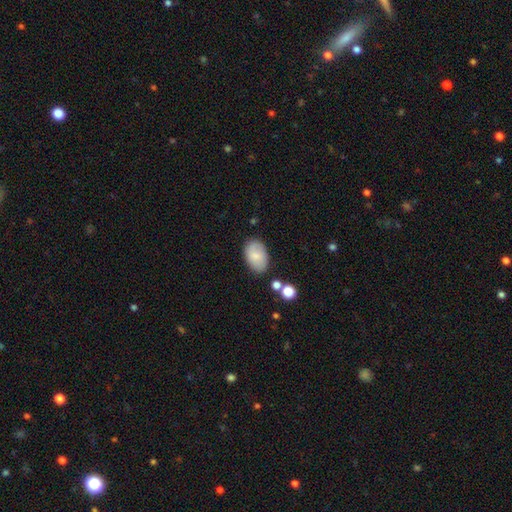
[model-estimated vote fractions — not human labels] Smooth or featured?
  - smooth: 75% *
  - featured or disk: 18%
  - star or artifact: 7%
How rounded?
  - in between: 91% *
  - round: 8%
  - cigar-shaped: 1%
Merging?
  - none: 77% *
  - minor disturbance: 16%
  - major disturbance: 3%
  - merger: 3%